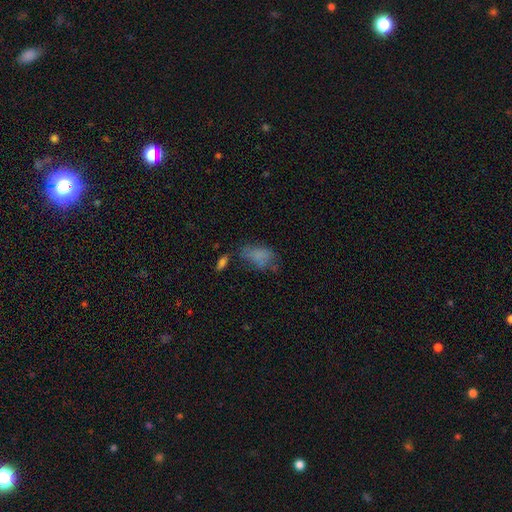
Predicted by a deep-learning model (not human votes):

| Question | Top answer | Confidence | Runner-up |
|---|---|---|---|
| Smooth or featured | smooth | 67% | featured or disk (19%) |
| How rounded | in between | 87% | round (8%) |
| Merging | none | 39% | minor disturbance (27%) |